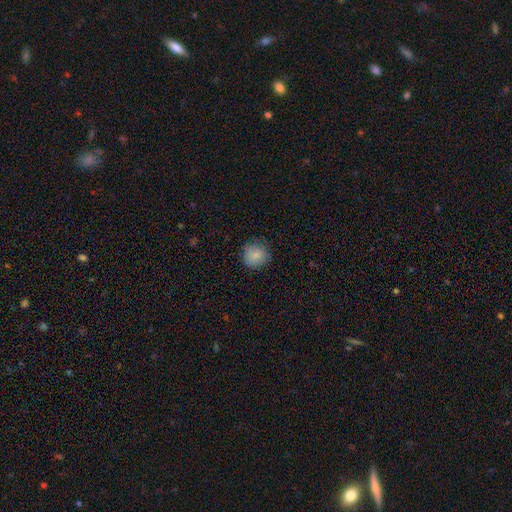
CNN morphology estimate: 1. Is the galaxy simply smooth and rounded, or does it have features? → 84% smooth, 9% star or artifact, 7% featured or disk.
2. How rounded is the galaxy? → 89% round, 10% in between, 1% cigar-shaped.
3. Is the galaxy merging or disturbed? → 80% none, 15% minor disturbance, 4% major disturbance, 1% merger.